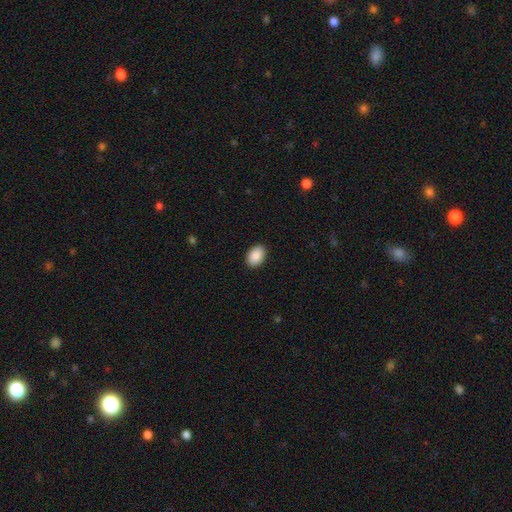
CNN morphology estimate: The model was most divided on "how rounded": in between: 82%, round: 17%, cigar-shaped: 1%. More confident: merging — none (90%); smooth or featured — smooth (90%).